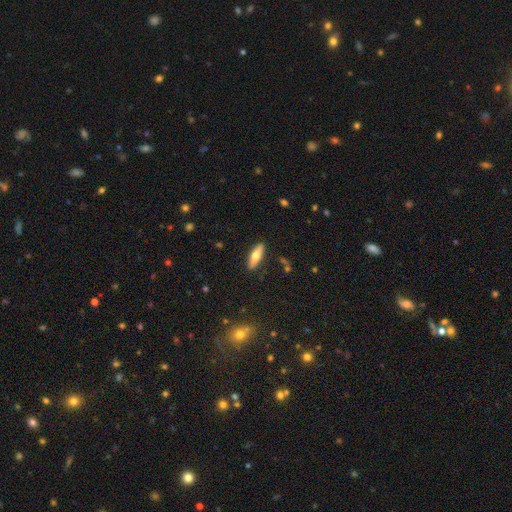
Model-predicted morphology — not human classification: Smooth or featured? Predicted: smooth (p=0.54). How rounded? Predicted: cigar-shaped (p=0.57). Merging? Predicted: none (p=0.88).